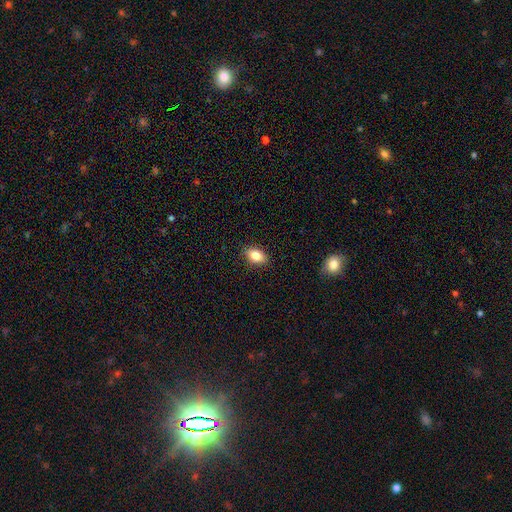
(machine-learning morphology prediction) A smooth galaxy with no disk features (83%) that is in between round and cigar-shaped (84%).

Vote fractions:
- Smooth or featured? smooth: 83% / star or artifact: 9% / featured or disk: 8%
- How rounded? in between: 84% / round: 14% / cigar-shaped: 2%
- Merging? none: 87% / minor disturbance: 9% / major disturbance: 2% / merger: 1%